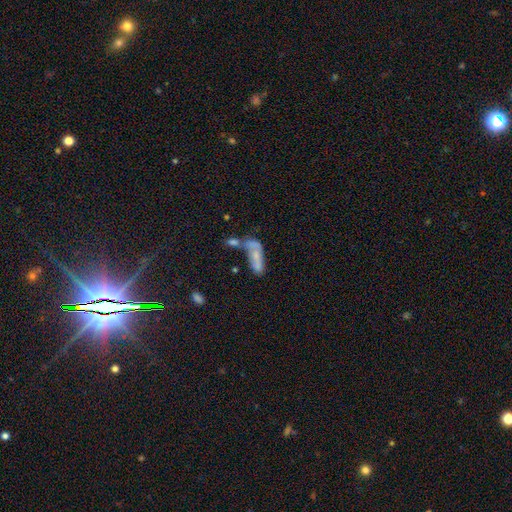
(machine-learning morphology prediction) A smooth galaxy with no disk features (48%).

Vote fractions:
- Smooth or featured? smooth: 48% / featured or disk: 41% / star or artifact: 11%
- Merging? merger: 46% / none: 22% / major disturbance: 17% / minor disturbance: 15%